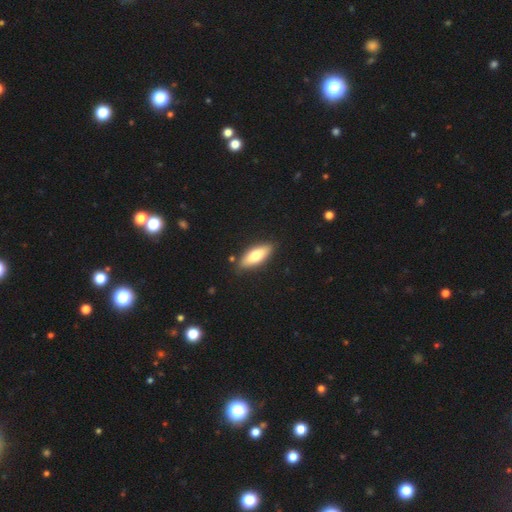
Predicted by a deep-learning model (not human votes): Morphology: type=smooth (69%); roundness=in between (65%); merging=none (86%).